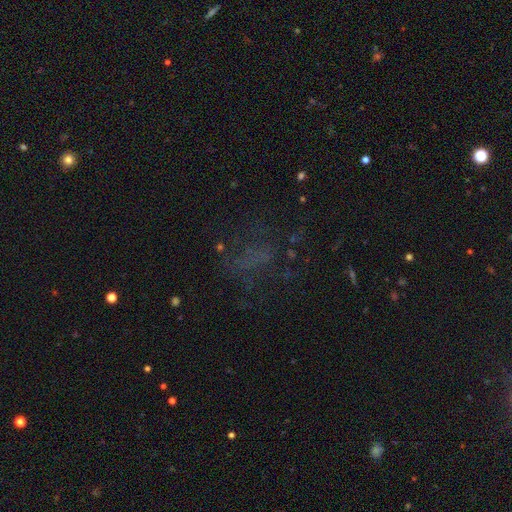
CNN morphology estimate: This is marginally a star or artifact rather than a galaxy (41%).